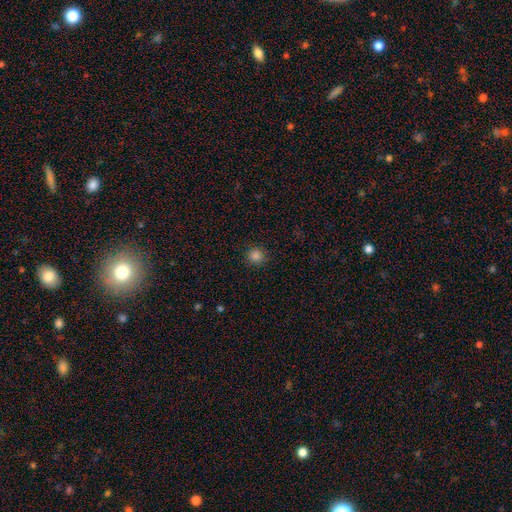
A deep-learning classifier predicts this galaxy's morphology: Smooth or featured: smooth — 84% (star or artifact — 13%)
How rounded: round — 95% (in between — 4%)
Merging: none — 92% (minor disturbance — 5%)